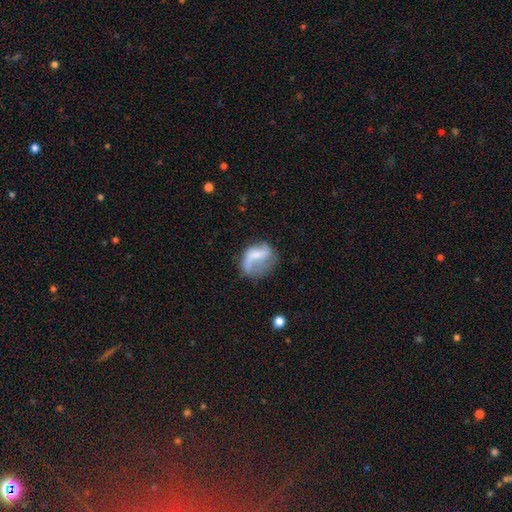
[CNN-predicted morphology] smooth-or-featured: featured or disk: 54% | smooth: 38% | star or artifact: 9%
  disk-edge-on: no: 97% | yes: 3%
    bar: no: 45% | weak: 37% | strong: 18%
    has-spiral-arms: yes: 67% | no: 33%
    bulge-size: none: 38% | small: 32% | moderate: 23% | large: 6% | dominant: 2%
  merging: none: 38% | major disturbance: 34% | minor disturbance: 24% | merger: 5%